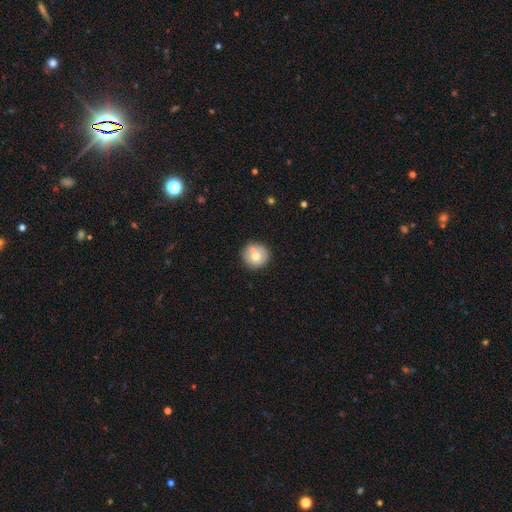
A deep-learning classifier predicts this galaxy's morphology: Q: Smooth or featured?
A: smooth (68%); runner-up: featured or disk (24%)
Q: How rounded?
A: round (93%); runner-up: in between (6%)
Q: Merging?
A: none (67%); runner-up: merger (20%)